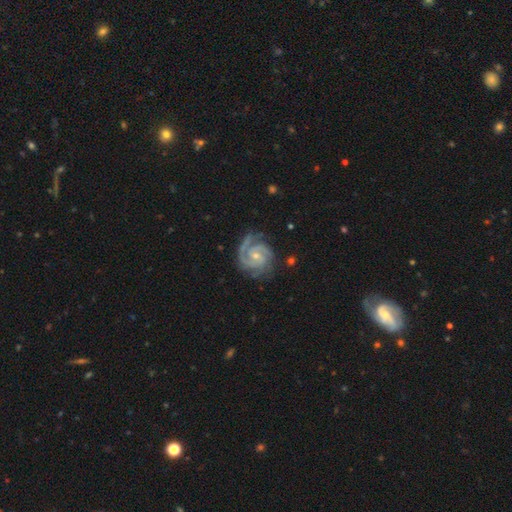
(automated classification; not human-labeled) Q: Smooth or featured?
A: featured or disk (92%); runner-up: star or artifact (4%)
Q: Edge-on disk?
A: no (98%); runner-up: yes (2%)
Q: Bar?
A: no (58%); runner-up: weak (33%)
Q: Spiral arms?
A: yes (99%); runner-up: no (1%)
Q: Spiral winding?
A: tight (65%); runner-up: medium (31%)
Q: Spiral arm count?
A: 2 (44%); runner-up: 3 (37%)
Q: Bulge size?
A: small (67%); runner-up: moderate (29%)
Q: Merging?
A: none (74%); runner-up: minor disturbance (18%)